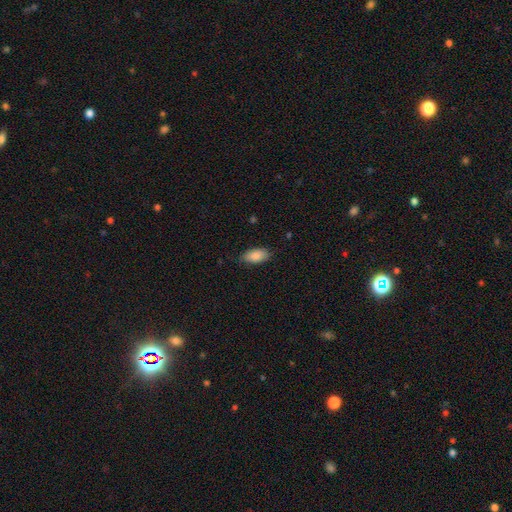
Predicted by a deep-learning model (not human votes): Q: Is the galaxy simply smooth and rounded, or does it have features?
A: smooth — 87%.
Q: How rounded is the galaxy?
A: in between — 92%.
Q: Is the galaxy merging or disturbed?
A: none — 81%.